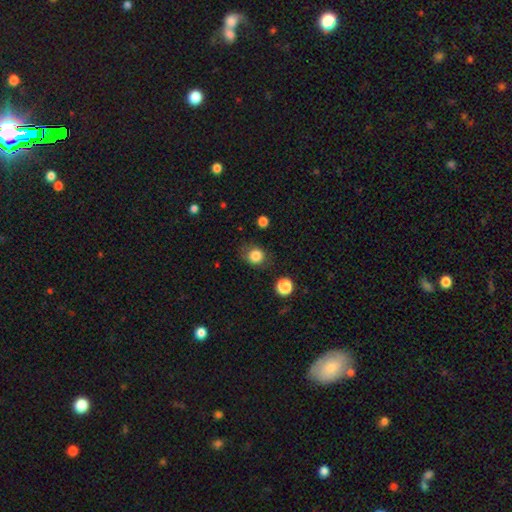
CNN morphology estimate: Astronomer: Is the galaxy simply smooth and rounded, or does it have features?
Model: smooth — 84%.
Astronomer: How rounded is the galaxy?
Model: round — 76%.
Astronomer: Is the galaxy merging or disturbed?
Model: none — 75%.